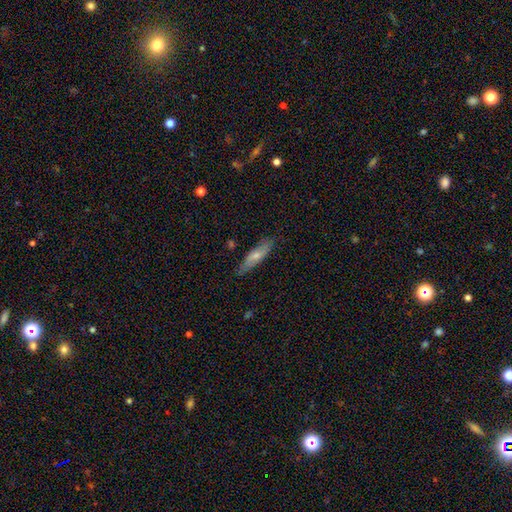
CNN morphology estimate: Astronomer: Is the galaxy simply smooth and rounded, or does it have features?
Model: smooth — 46%, tied with featured or disk at 46%.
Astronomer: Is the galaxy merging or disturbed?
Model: none — 82%.